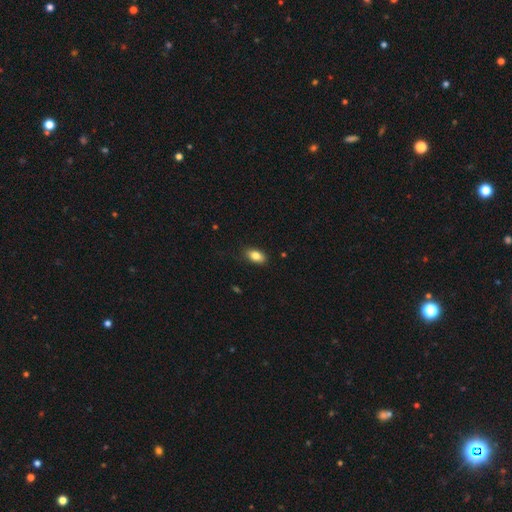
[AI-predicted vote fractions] Smooth or featured? smooth (83%)
How rounded? in between (89%)
Merging? none (84%)